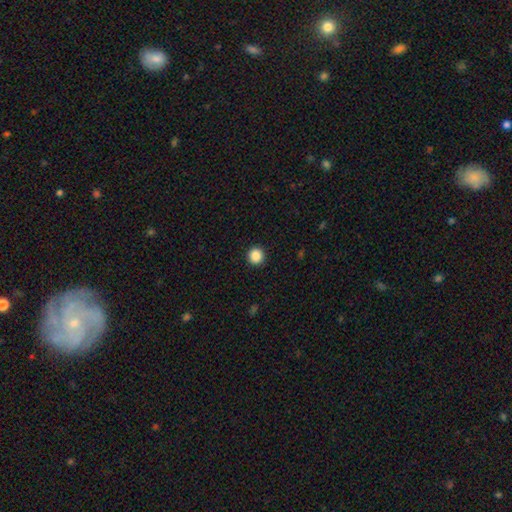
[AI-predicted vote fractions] Morphology: type=smooth (88%); roundness=round (95%); merging=none (93%).